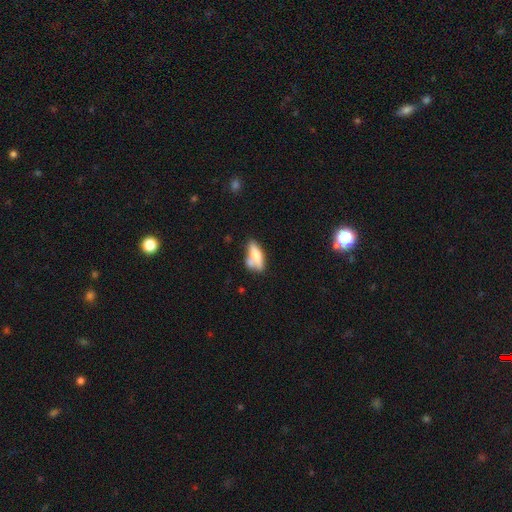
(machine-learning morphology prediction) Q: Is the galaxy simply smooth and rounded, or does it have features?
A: smooth — 58%.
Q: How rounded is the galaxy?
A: in between — 62%.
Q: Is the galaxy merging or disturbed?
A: none — 41%.